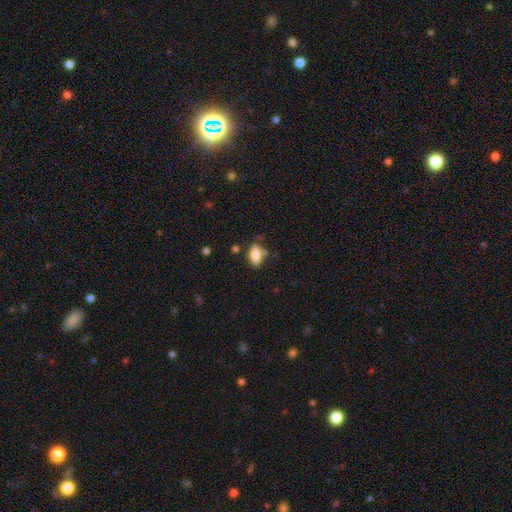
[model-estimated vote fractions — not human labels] Smooth or featured? smooth (83%)
How rounded? in between (89%)
Merging? none (66%)